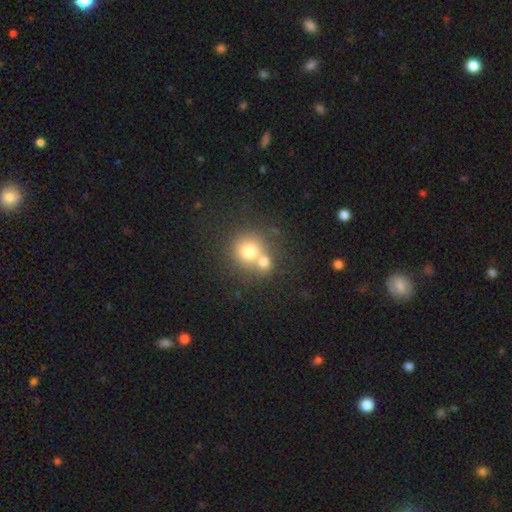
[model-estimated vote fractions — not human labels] smooth 70%, featured or disk 16%, star or artifact 14%. Down the decision tree: how rounded — round (86%); merging — merger (48%).